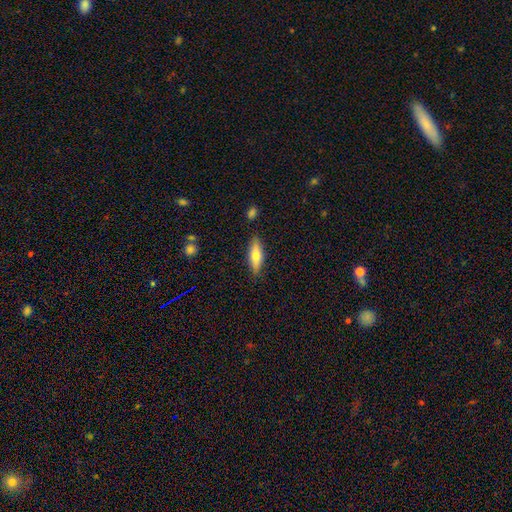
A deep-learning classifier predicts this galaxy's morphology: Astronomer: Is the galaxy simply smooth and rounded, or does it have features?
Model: smooth — 67%.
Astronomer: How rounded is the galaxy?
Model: in between — 54% (runner-up: cigar-shaped, 43%).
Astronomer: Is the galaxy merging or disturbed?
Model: none — 84%.